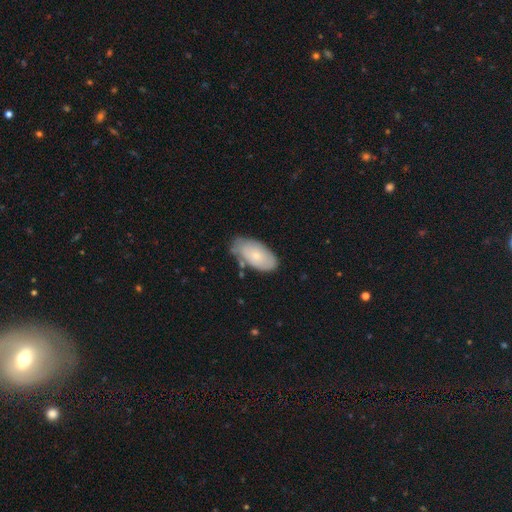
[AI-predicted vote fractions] This is likely a smooth galaxy (63%). How rounded: clearly in between (94%). Merging: likely none (66%).